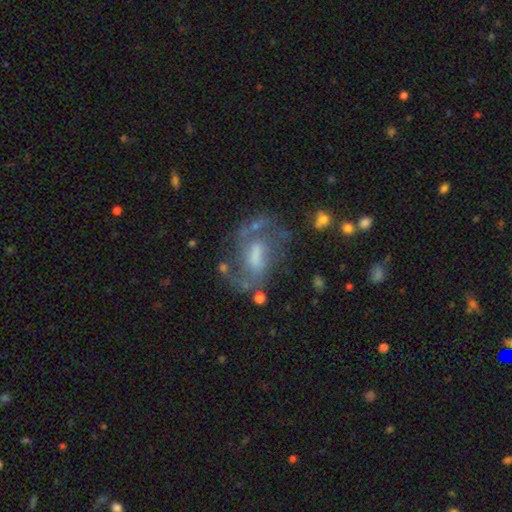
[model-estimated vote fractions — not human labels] smooth_or_featured: featured or disk (p=0.73) [alt: smooth p=0.18]
disk_edge_on: no (p=0.97) [alt: yes p=0.03]
bar: weak (p=0.50) [alt: no p=0.25]
has_spiral_arms: yes (p=0.83) [alt: no p=0.17]
spiral_winding: medium (p=0.48) [alt: loose p=0.35]
spiral_arm_count: 2 (p=0.73) [alt: can't tell p=0.14]
bulge_size: moderate (p=0.37) [alt: none p=0.25]
merging: none (p=0.53) [alt: minor disturbance p=0.21]